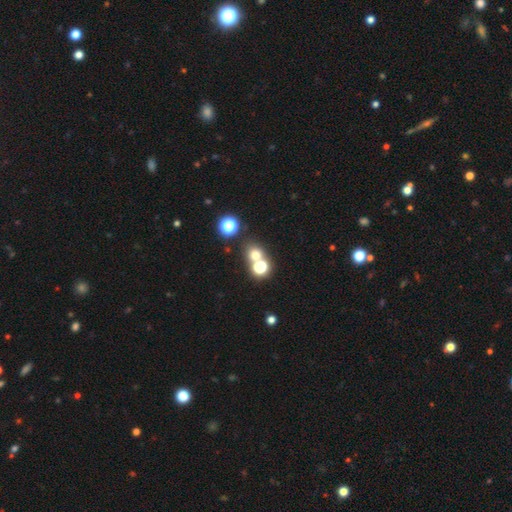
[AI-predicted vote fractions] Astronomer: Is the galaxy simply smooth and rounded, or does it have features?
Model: smooth — 63%.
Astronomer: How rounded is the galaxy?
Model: round — 78%.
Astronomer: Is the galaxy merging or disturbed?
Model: none — 57% (runner-up: merger, 32%).